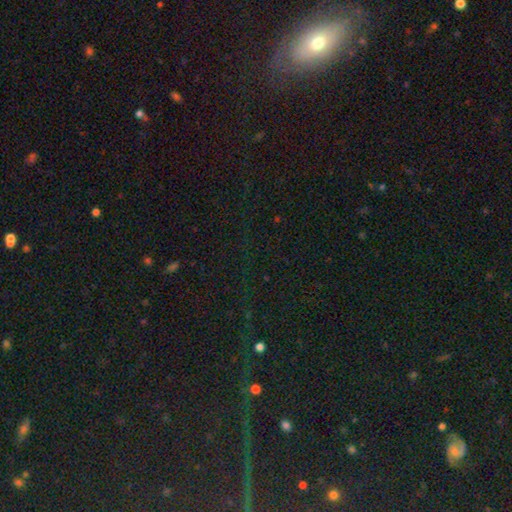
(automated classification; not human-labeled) The model was most divided on "smooth or featured": star or artifact: 75%, smooth: 15%, featured or disk: 10%.